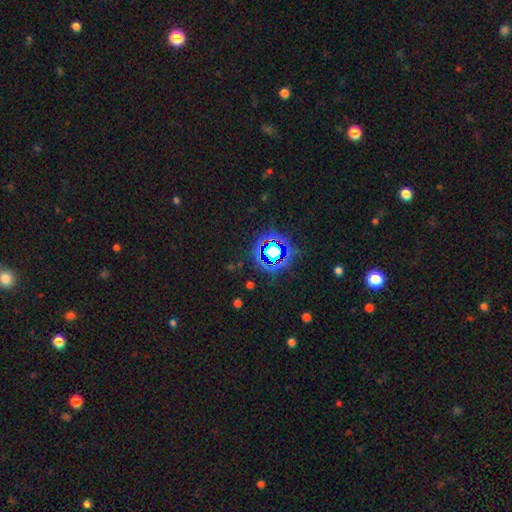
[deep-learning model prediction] Smooth or featured? star or artifact (79%)